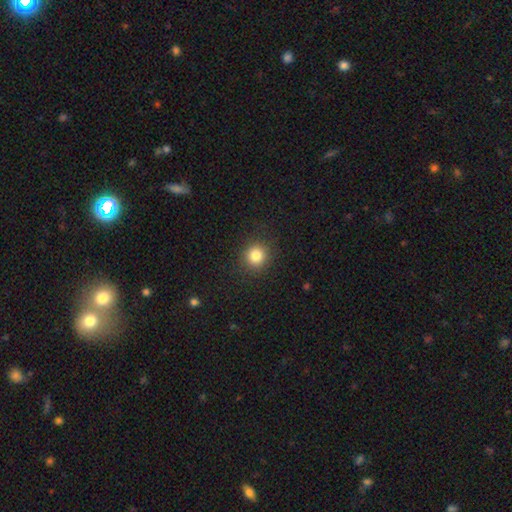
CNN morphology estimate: A smooth galaxy with no disk features (83%) that is round (88%).

Vote fractions:
- Smooth or featured? smooth: 83% / star or artifact: 11% / featured or disk: 5%
- How rounded? round: 88% / in between: 11% / cigar-shaped: 1%
- Merging? none: 89% / minor disturbance: 7% / major disturbance: 3% / merger: 1%